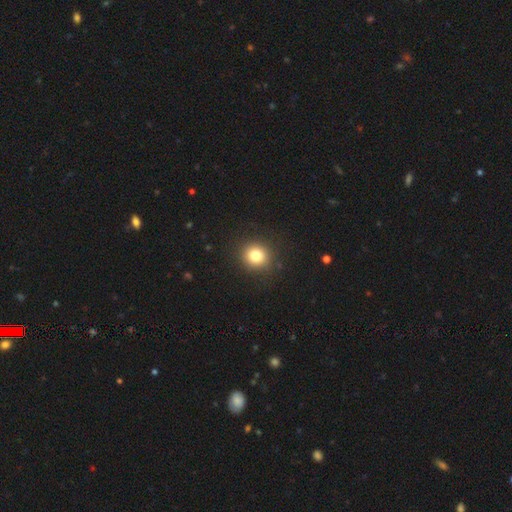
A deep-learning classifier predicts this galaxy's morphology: Overall: smooth (81%). How rounded: round (86%). Merging: none (90%).